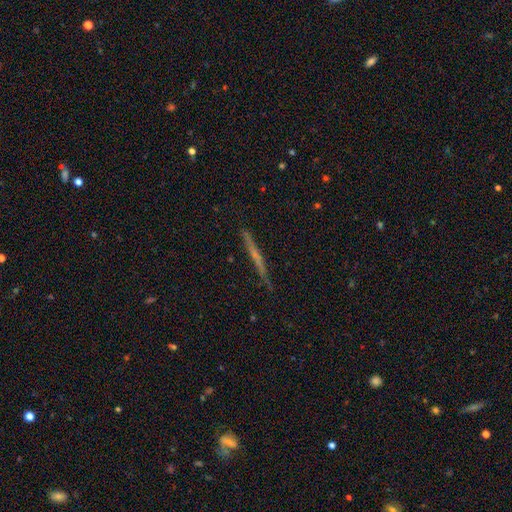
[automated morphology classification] featured or disk 54%, smooth 38%, star or artifact 7%. Down the decision tree: edge-on disk — yes (97%); edge-on bulge — none (80%); merging — none (88%).